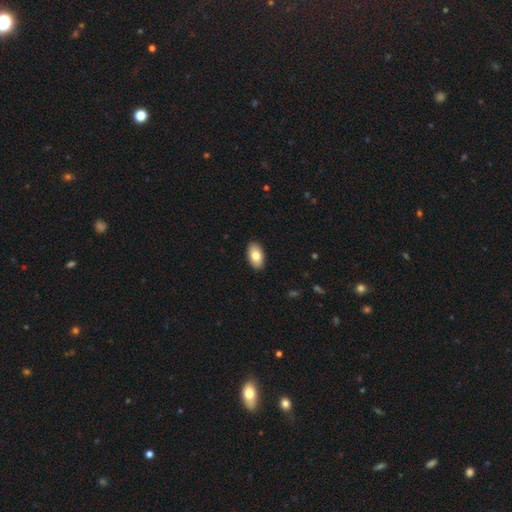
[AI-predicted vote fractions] Smooth or featured? Predicted: smooth (p=0.80). How rounded? Predicted: in between (p=0.94). Merging? Predicted: none (p=0.90).